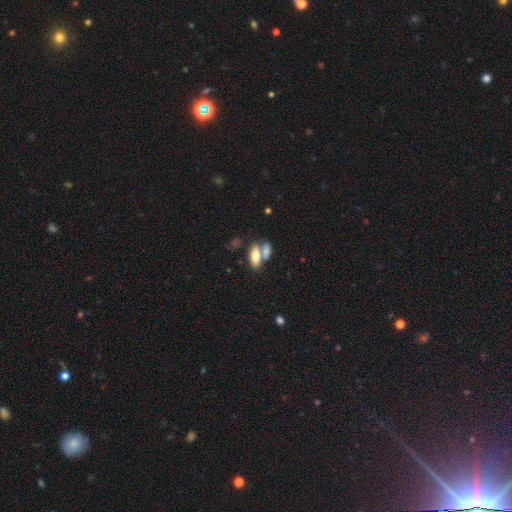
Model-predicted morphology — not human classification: type=smooth (72%); roundness=in between (81%); merging=merger (47%).